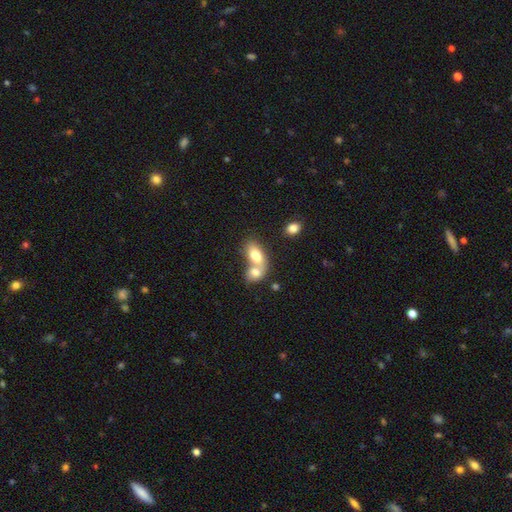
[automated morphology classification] This appears to be a smooth galaxy with no disk features (75%) that is in between round and cigar-shaped (83%). Merging: merger (72%).